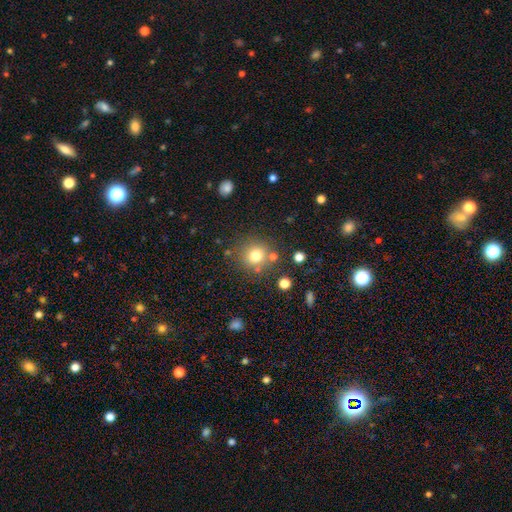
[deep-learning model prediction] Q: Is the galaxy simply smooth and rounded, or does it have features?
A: smooth — 76%.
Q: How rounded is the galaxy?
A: round — 89%.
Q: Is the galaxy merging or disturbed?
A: none — 76%.